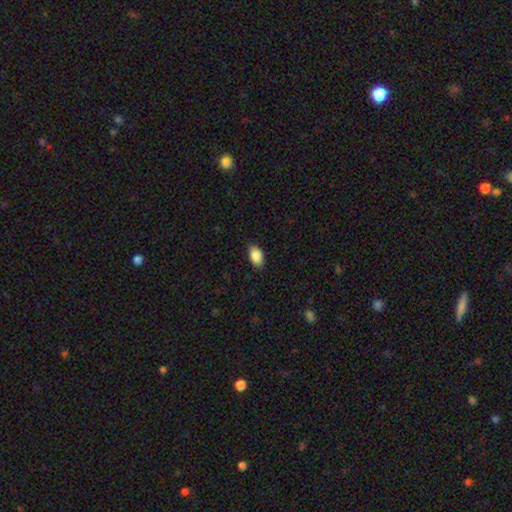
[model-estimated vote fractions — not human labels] Morphology: type=smooth (89%); roundness=in between (92%); merging=none (85%).